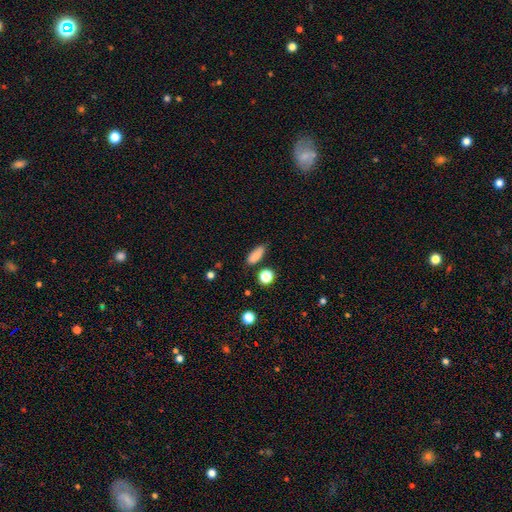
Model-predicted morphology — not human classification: A smooth galaxy with no disk features (85%) that is in between round and cigar-shaped (69%).

Vote fractions:
- Smooth or featured? smooth: 85% / star or artifact: 10% / featured or disk: 6%
- How rounded? in between: 69% / cigar-shaped: 26% / round: 5%
- Merging? none: 77% / minor disturbance: 17% / major disturbance: 4% / merger: 3%